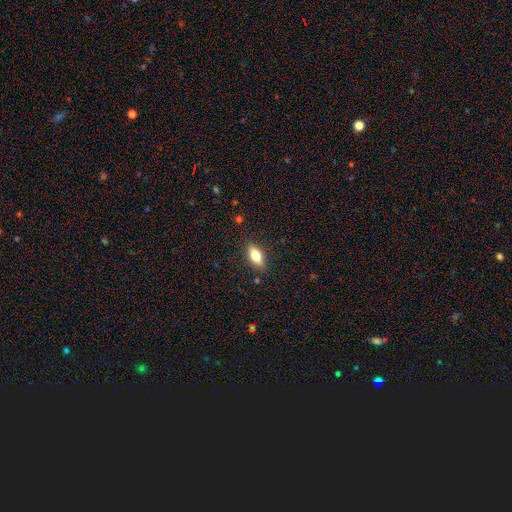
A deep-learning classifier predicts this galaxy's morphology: Overall: smooth (72%). How rounded: in between (79%). Merging: none (85%).